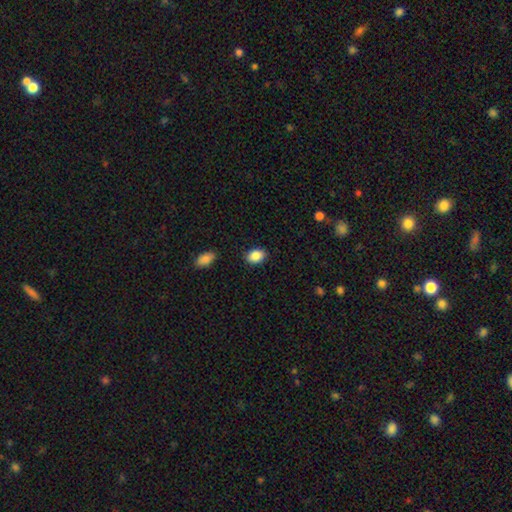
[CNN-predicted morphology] Smooth or featured?
  - smooth: 89% *
  - star or artifact: 7%
  - featured or disk: 4%
How rounded?
  - in between: 77% *
  - round: 21%
  - cigar-shaped: 1%
Merging?
  - none: 87% *
  - minor disturbance: 9%
  - major disturbance: 2%
  - merger: 2%